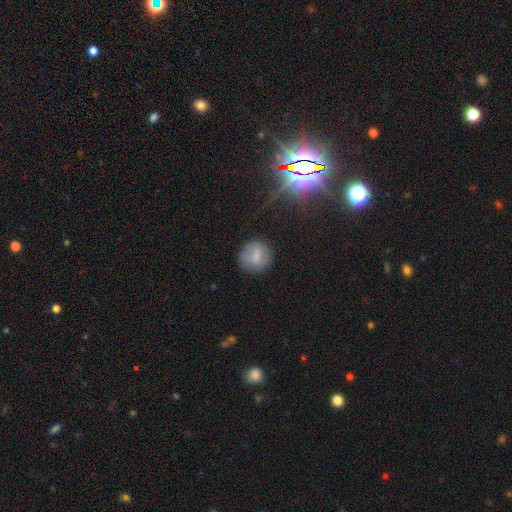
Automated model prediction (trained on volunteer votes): This is likely a smooth galaxy (73%). How rounded: clearly round (85%). Merging: clearly none (82%).